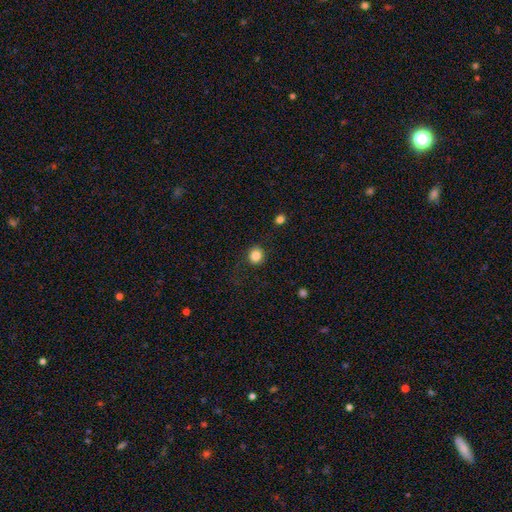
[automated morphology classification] smooth_or_featured: smooth (p=0.85) [alt: star or artifact p=0.10]
how_rounded: round (p=0.85) [alt: in between p=0.14]
merging: none (p=0.84) [alt: minor disturbance p=0.10]